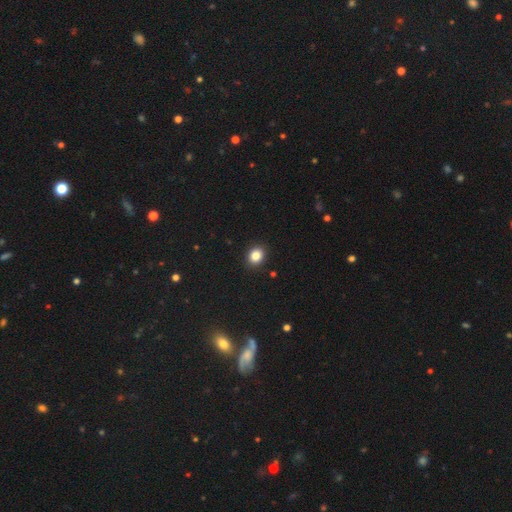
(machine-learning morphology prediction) A smooth galaxy with no disk features (85%) that is round (62%). Merging: none (91%).